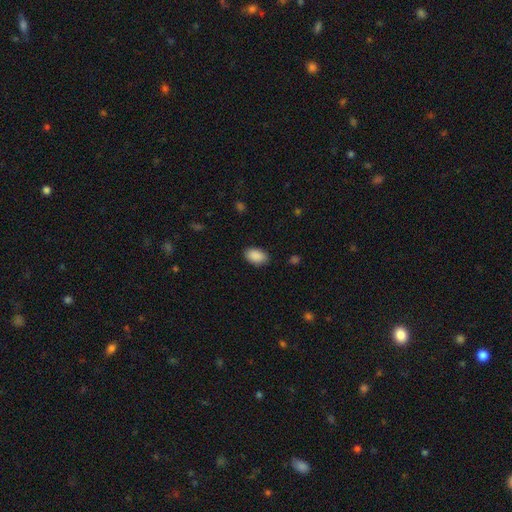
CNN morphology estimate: Q: Smooth or featured?
A: smooth (90%); runner-up: star or artifact (7%)
Q: How rounded?
A: in between (90%); runner-up: round (9%)
Q: Merging?
A: none (85%); runner-up: minor disturbance (11%)